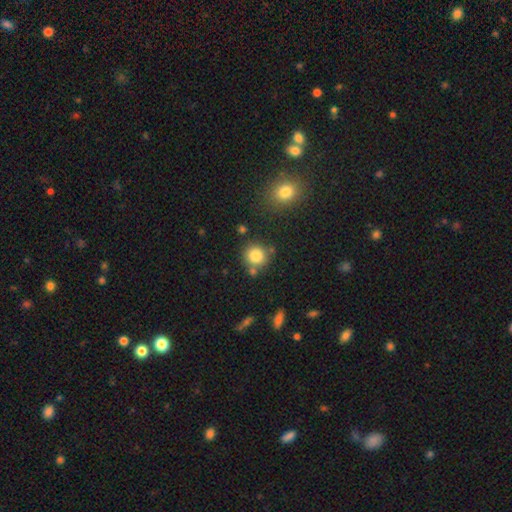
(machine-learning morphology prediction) A smooth galaxy with no disk features (83%) that is round (89%). Merging: none (73%).